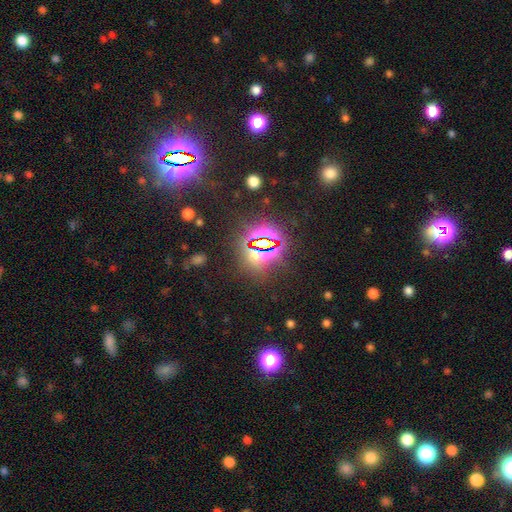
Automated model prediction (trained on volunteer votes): star or artifact 76%, smooth 17%, featured or disk 7%.